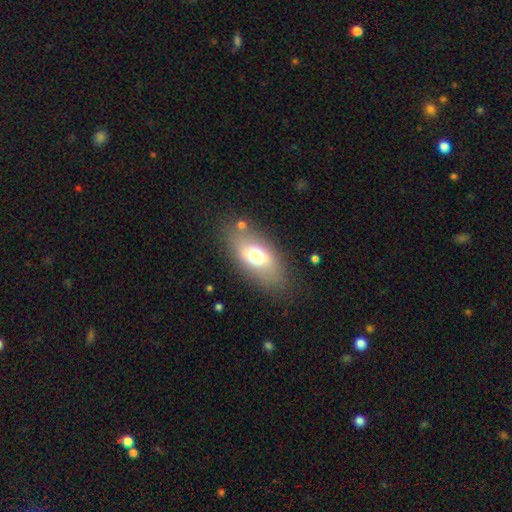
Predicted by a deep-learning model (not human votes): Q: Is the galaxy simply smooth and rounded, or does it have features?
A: smooth — 64%.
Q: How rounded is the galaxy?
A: in between — 86%.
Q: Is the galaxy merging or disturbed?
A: none — 78%.